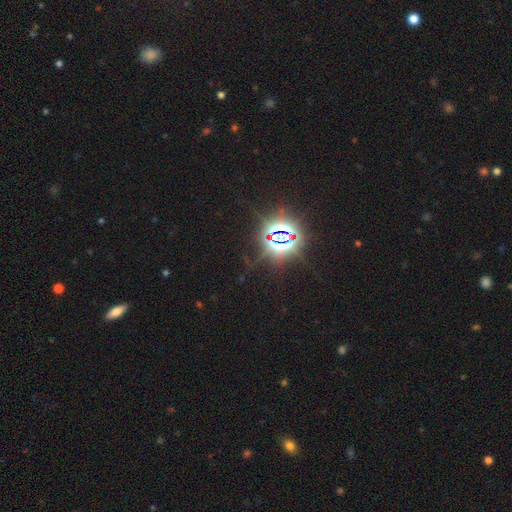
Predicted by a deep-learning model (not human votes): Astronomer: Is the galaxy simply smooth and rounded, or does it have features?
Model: star or artifact — 85%.